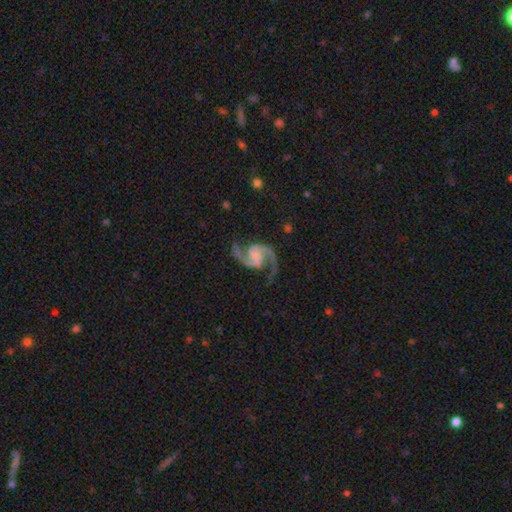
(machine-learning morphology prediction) Q: Smooth or featured?
A: featured or disk (94%); runner-up: star or artifact (4%)
Q: Edge-on disk?
A: no (99%); runner-up: yes (1%)
Q: Bar?
A: no (58%); runner-up: weak (32%)
Q: Spiral arms?
A: yes (99%); runner-up: no (1%)
Q: Spiral winding?
A: medium (57%); runner-up: loose (32%)
Q: Spiral arm count?
A: 2 (95%); runner-up: can't tell (1%)
Q: Bulge size?
A: none (47%); runner-up: small (29%)
Q: Merging?
A: none (78%); runner-up: minor disturbance (13%)